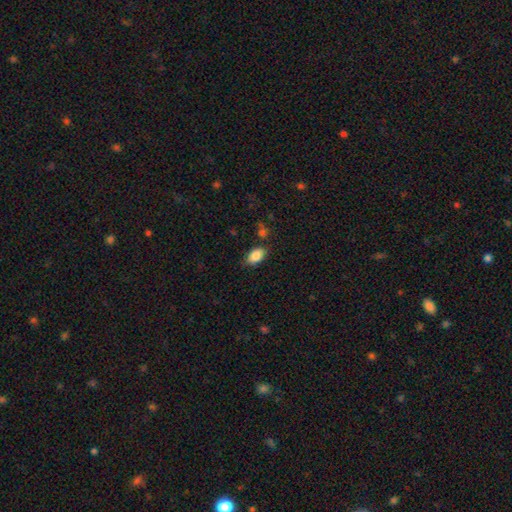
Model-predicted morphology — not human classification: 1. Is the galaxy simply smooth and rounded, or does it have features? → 86% smooth, 8% star or artifact, 6% featured or disk.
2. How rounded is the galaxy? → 91% in between, 7% round, 3% cigar-shaped.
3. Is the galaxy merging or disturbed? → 77% none, 17% minor disturbance, 3% major disturbance, 3% merger.